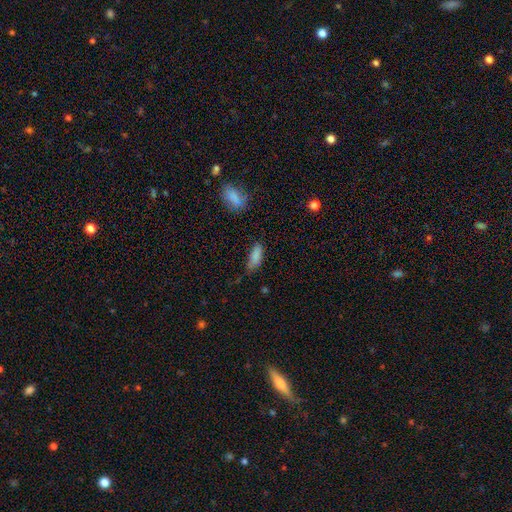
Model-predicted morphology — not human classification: Smooth or featured? smooth (83%)
How rounded? in between (75%)
Merging? none (54%)